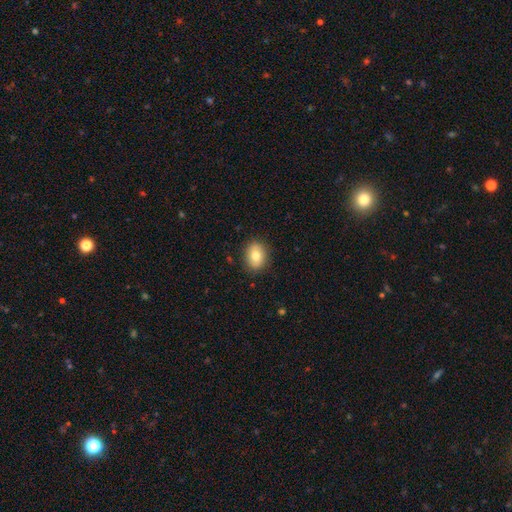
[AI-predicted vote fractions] smooth 79%, featured or disk 13%, star or artifact 8%. Down the decision tree: how rounded — in between (59%); merging — none (87%).